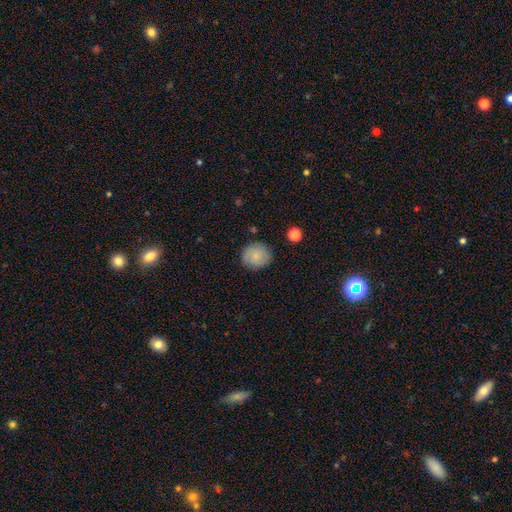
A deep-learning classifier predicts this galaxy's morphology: Smooth or featured?
  - smooth: 72% *
  - featured or disk: 20%
  - star or artifact: 8%
How rounded?
  - round: 86% *
  - in between: 13%
  - cigar-shaped: 1%
Merging?
  - none: 84% *
  - minor disturbance: 12%
  - major disturbance: 3%
  - merger: 2%